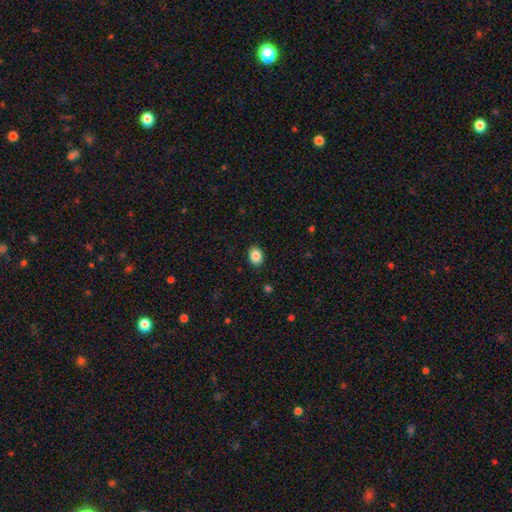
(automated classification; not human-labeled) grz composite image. It shows a smooth galaxy with no disk features (86%) that is in between round and cigar-shaped (63%). Merging: none (90%).